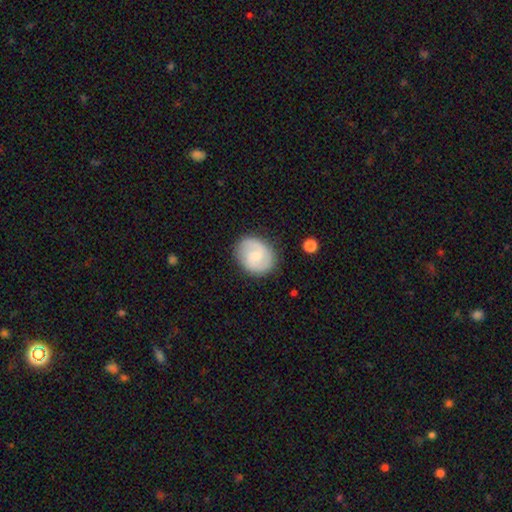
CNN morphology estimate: smooth-or-featured: featured or disk: 56% | smooth: 38% | star or artifact: 6%
  disk-edge-on: no: 98% | yes: 2%
    bar: weak: 49% | no: 43% | strong: 8%
    has-spiral-arms: yes: 89% | no: 11%
    bulge-size: small: 57% | moderate: 33% | none: 6% | large: 2% | dominant: 1%
  merging: none: 82% | minor disturbance: 13% | major disturbance: 4% | merger: 2%